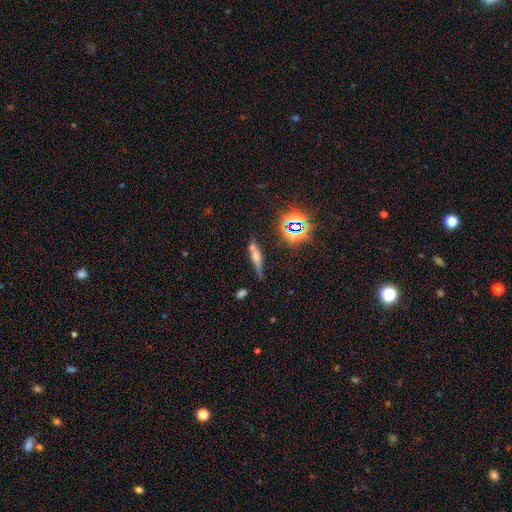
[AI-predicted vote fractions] Smooth or featured? Predicted: smooth (p=0.45). Merging? Predicted: none (p=0.55).